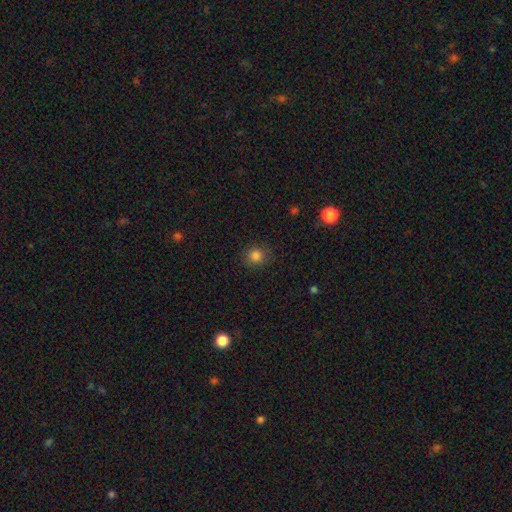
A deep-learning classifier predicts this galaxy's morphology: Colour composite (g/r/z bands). It shows a smooth galaxy with no disk features (83%) that is round (88%). Merging: none (87%).